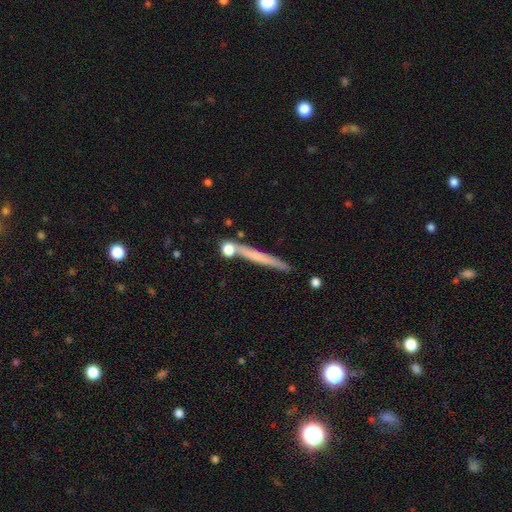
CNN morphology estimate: This appears to be a smooth galaxy with no disk features (51%) that is cigar-shaped (95%). Merging: none (81%).